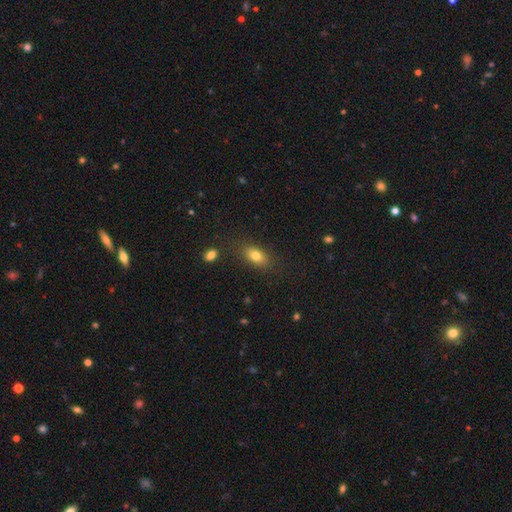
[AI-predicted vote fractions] A smooth galaxy with no disk features (80%) that is in between round and cigar-shaped (83%). Merging: none (82%).